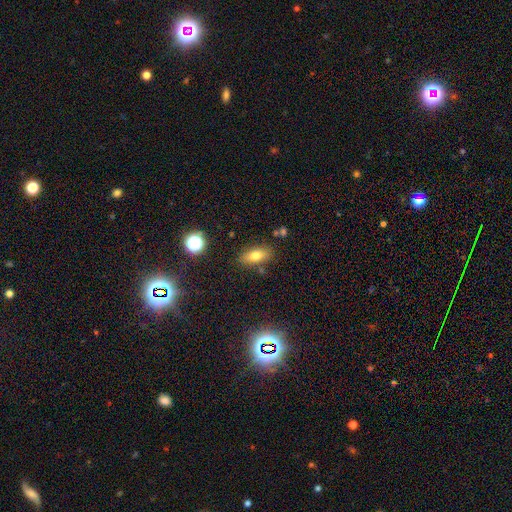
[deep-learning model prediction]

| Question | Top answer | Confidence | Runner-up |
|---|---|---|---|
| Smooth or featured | smooth | 74% | featured or disk (15%) |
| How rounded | in between | 81% | cigar-shaped (12%) |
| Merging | none | 81% | minor disturbance (11%) |